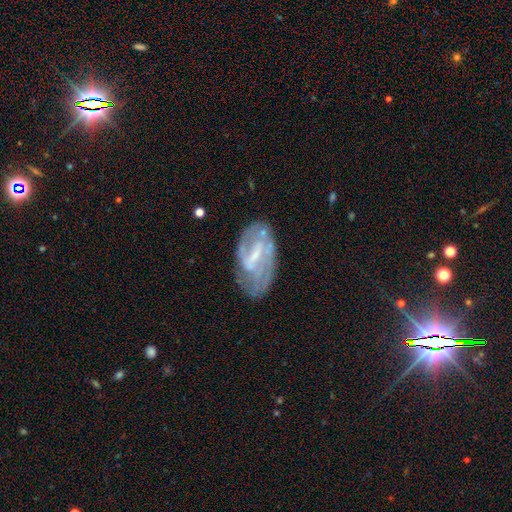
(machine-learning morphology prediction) A featured or disk galaxy (73%) with a weak bar (44%), spiral arms (72%) and a small central bulge (47%). Merging: none (54%).